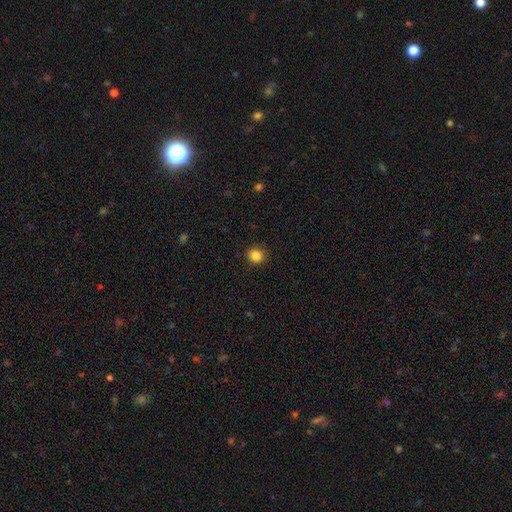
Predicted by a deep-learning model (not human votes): This is clearly a smooth galaxy (85%). How rounded: clearly round (82%). Merging: clearly none (90%).